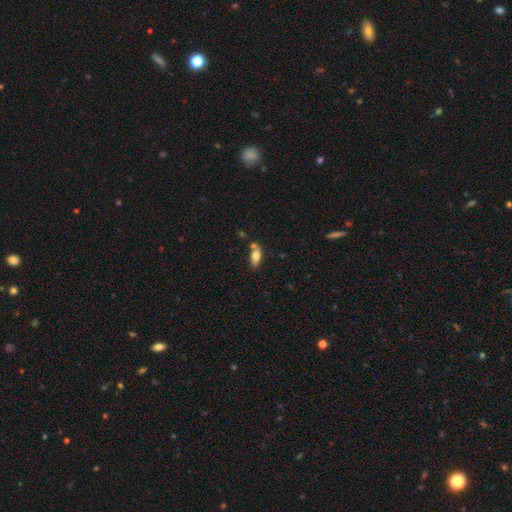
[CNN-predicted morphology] This appears to be a smooth galaxy with no disk features (73%) that is in between round and cigar-shaped (84%). Merging: none (59%).